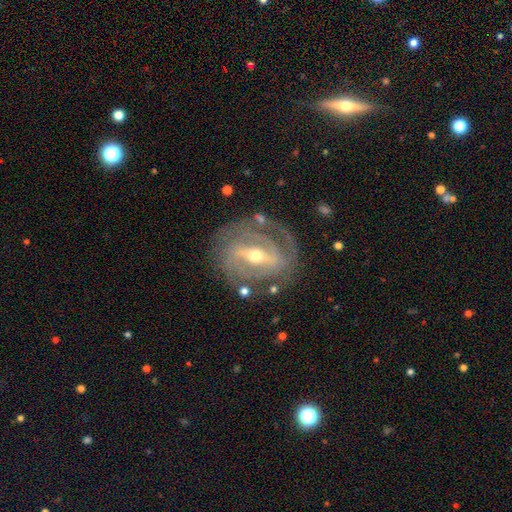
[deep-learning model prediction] Q: Smooth or featured?
A: featured or disk (89%); runner-up: smooth (6%)
Q: Edge-on disk?
A: no (95%); runner-up: yes (5%)
Q: Bar?
A: strong (63%); runner-up: weak (27%)
Q: Spiral arms?
A: yes (91%); runner-up: no (9%)
Q: Spiral winding?
A: tight (57%); runner-up: medium (34%)
Q: Spiral arm count?
A: 2 (54%); runner-up: can't tell (18%)
Q: Bulge size?
A: moderate (51%); runner-up: small (46%)
Q: Merging?
A: none (75%); runner-up: minor disturbance (15%)